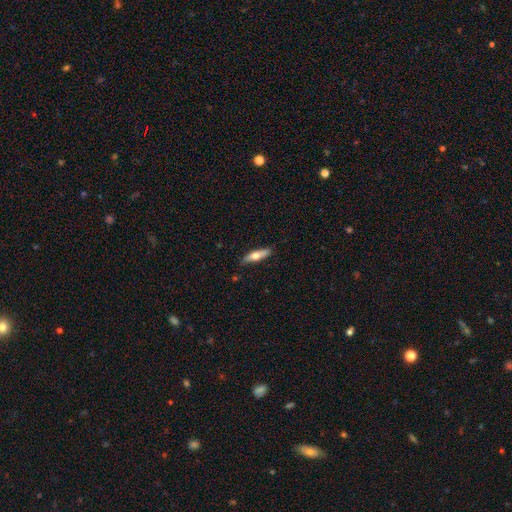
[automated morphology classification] smooth 57%, featured or disk 37%, star or artifact 5%. Down the decision tree: how rounded — cigar-shaped (68%); merging — none (82%).